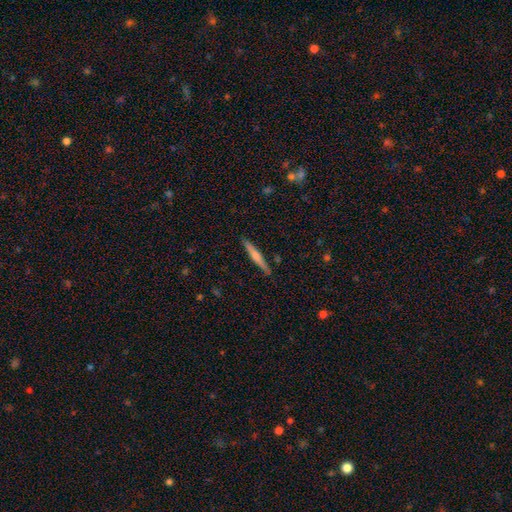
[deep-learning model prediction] Smooth or featured: smooth — 51% (featured or disk — 44%)
How rounded: cigar-shaped — 94% (in between — 4%)
Merging: none — 89% (minor disturbance — 8%)